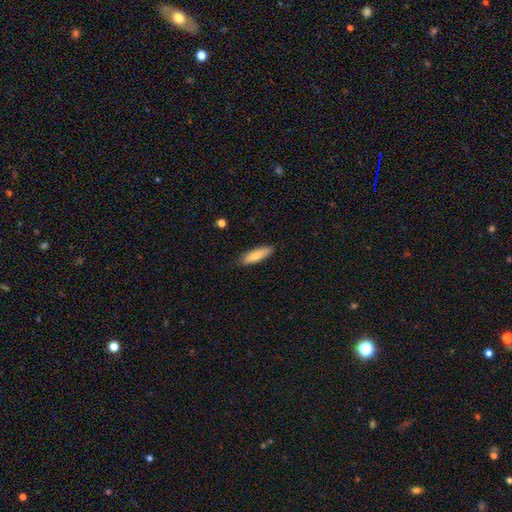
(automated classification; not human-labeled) smooth_or_featured: smooth (p=0.74) [alt: featured or disk p=0.20]
how_rounded: cigar-shaped (p=0.61) [alt: in between p=0.37]
merging: none (p=0.87) [alt: minor disturbance p=0.10]